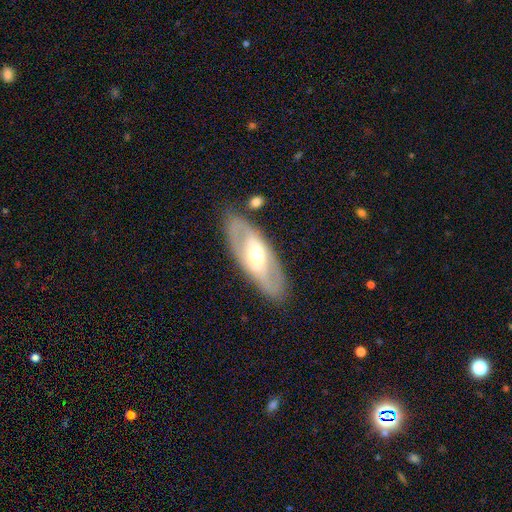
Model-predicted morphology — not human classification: This appears to be a featured or disk galaxy (65%) with no bar (46%), no spiral arms (57%) and a moderate central bulge (66%). Merging: none (82%).